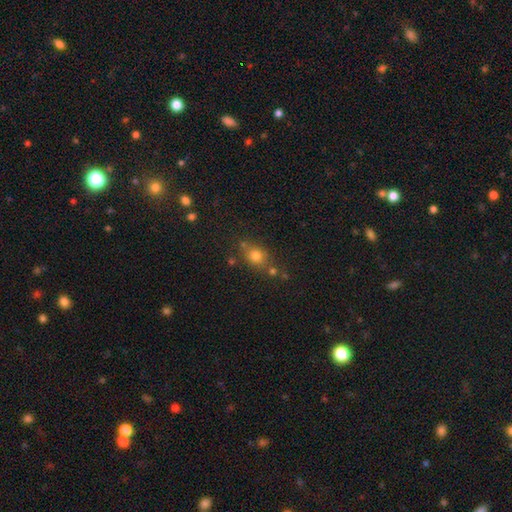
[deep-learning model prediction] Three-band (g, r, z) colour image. It shows a smooth galaxy with no disk features (74%) that is round (54%). Merging: none (65%).